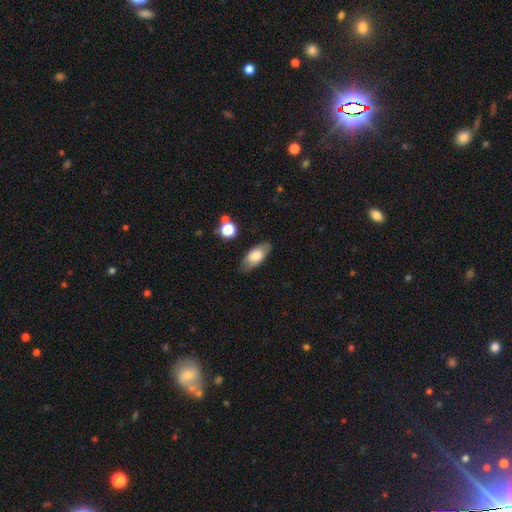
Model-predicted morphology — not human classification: Smooth or featured?
  - smooth: 69% *
  - featured or disk: 24%
  - star or artifact: 7%
How rounded?
  - in between: 85% *
  - cigar-shaped: 11%
  - round: 4%
Merging?
  - none: 78% *
  - minor disturbance: 16%
  - major disturbance: 4%
  - merger: 2%